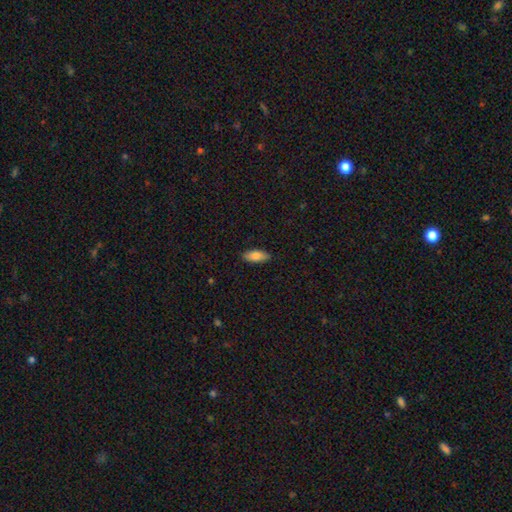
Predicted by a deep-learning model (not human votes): This is clearly a smooth galaxy (82%). How rounded: clearly in between (81%). Merging: clearly none (88%).